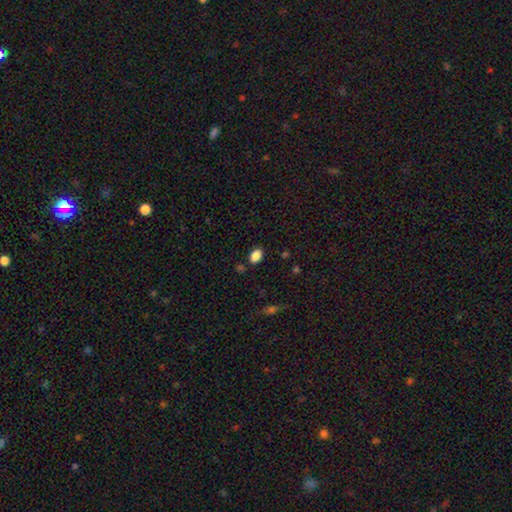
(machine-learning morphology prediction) A smooth galaxy with no disk features (87%) that is in between round and cigar-shaped (83%). Merging: none (84%).